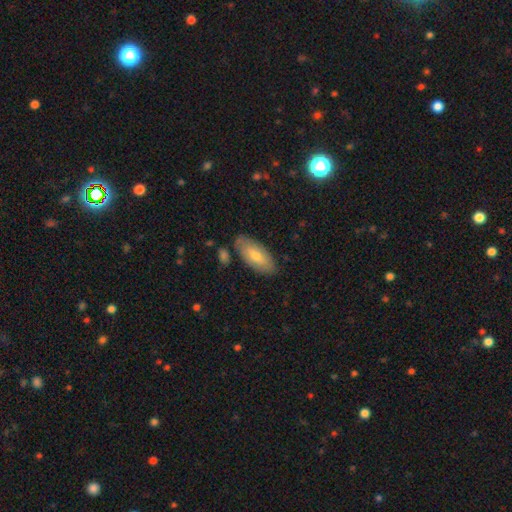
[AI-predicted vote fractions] Q: Smooth or featured?
A: smooth (66%); runner-up: featured or disk (28%)
Q: How rounded?
A: in between (87%); runner-up: cigar-shaped (11%)
Q: Merging?
A: none (82%); runner-up: minor disturbance (13%)